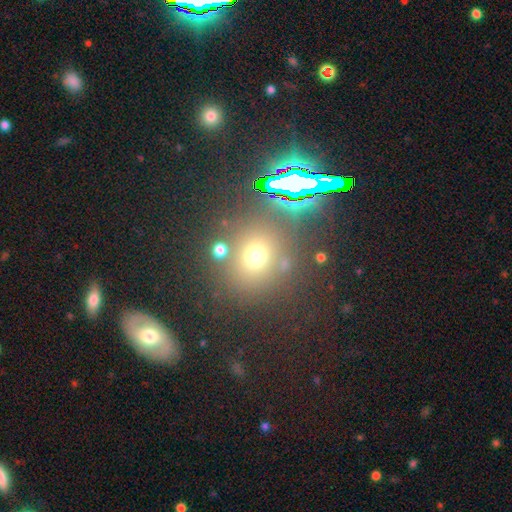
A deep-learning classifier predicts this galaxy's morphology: Overall: smooth (59%; star or artifact 30%). How rounded: round (80%). Merging: none (76%).